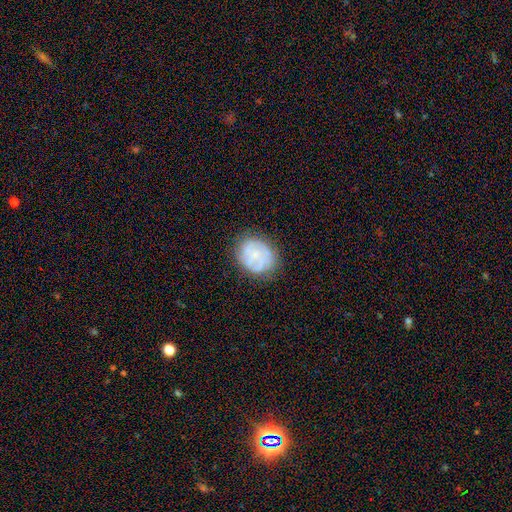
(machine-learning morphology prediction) Overall: featured or disk (50%; smooth 40%). Edge-on disk: no (98%). Merging: none (70%).